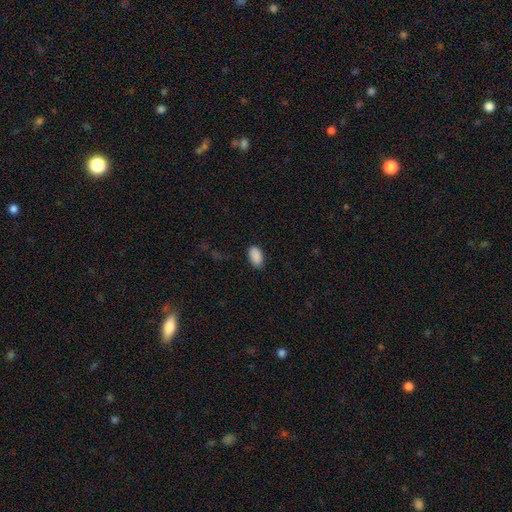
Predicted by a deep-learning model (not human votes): This appears to be a smooth galaxy with no disk features (90%) that is in between round and cigar-shaped (94%). Merging: none (84%).